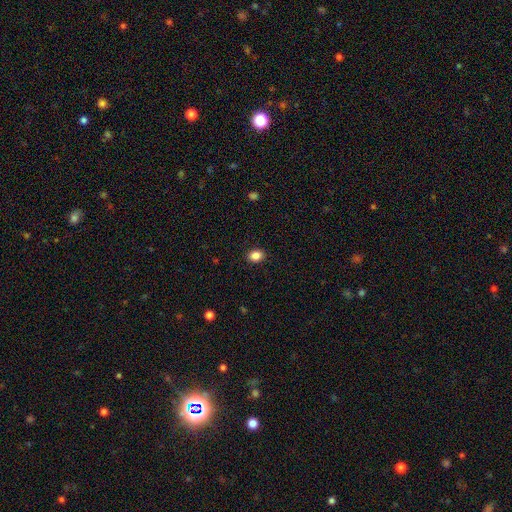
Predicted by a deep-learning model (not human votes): Smooth or featured: smooth — 86% (star or artifact — 10%)
How rounded: in between — 59% (round — 40%)
Merging: none — 90% (minor disturbance — 7%)